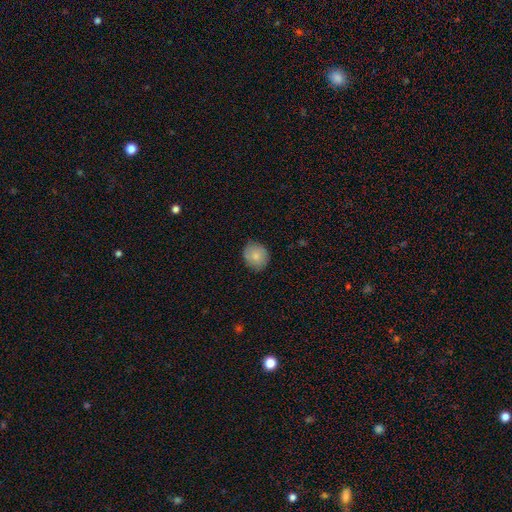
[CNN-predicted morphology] Overall: smooth (79%). How rounded: round (78%). Merging: none (83%).